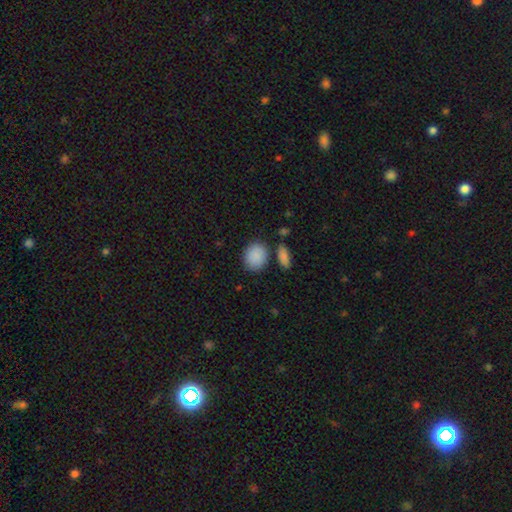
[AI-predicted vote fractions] Q: Smooth or featured?
A: smooth (89%); runner-up: star or artifact (7%)
Q: How rounded?
A: in between (51%); runner-up: round (47%)
Q: Merging?
A: none (77%); runner-up: minor disturbance (12%)